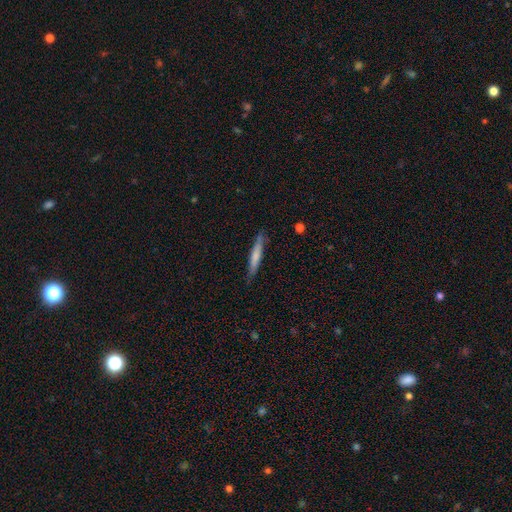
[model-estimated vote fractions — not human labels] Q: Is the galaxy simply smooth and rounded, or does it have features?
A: smooth — 67%.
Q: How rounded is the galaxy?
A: cigar-shaped — 94%.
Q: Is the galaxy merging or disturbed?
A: none — 83%.